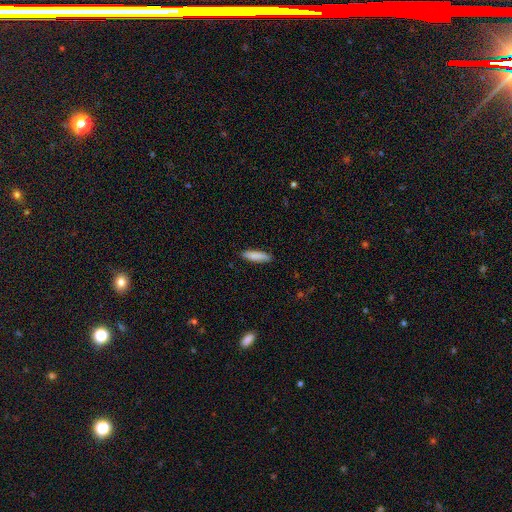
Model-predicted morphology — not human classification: Smooth or featured: smooth — 86% (featured or disk — 8%)
How rounded: cigar-shaped — 67% (in between — 31%)
Merging: none — 88% (minor disturbance — 10%)